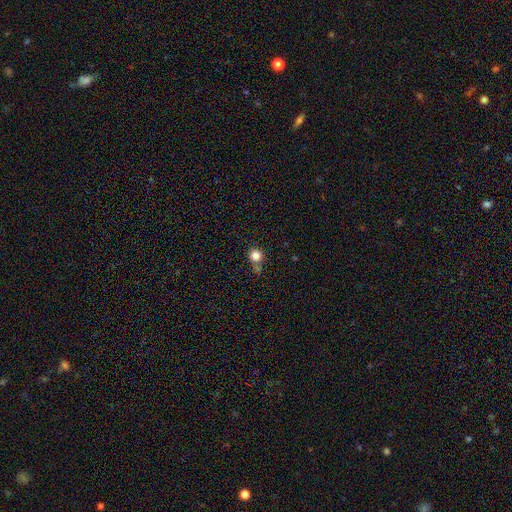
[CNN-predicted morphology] Smooth or featured? Predicted: smooth (p=0.83). How rounded? Predicted: round (p=0.91). Merging? Predicted: none (p=0.62).